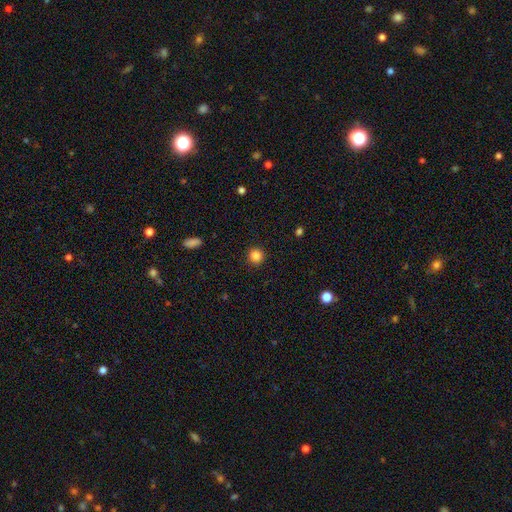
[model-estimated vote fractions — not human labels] Smooth or featured? Predicted: smooth (p=0.85). How rounded? Predicted: round (p=0.94). Merging? Predicted: none (p=0.92).